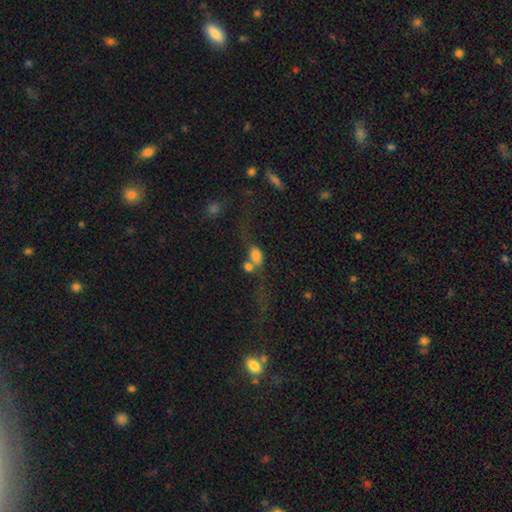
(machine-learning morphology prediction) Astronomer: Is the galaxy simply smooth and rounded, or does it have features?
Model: smooth — 72%.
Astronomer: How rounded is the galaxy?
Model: in between — 77%.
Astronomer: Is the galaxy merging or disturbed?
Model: merger — 45% (runner-up: none, 25%).